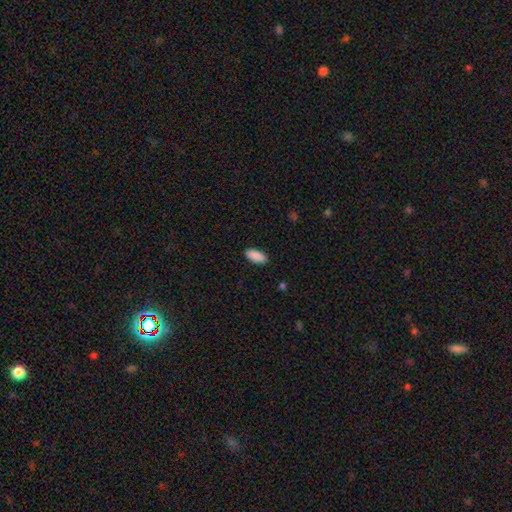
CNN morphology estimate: Smooth or featured: smooth — 91% (star or artifact — 6%)
How rounded: in between — 88% (cigar-shaped — 10%)
Merging: none — 89% (minor disturbance — 8%)